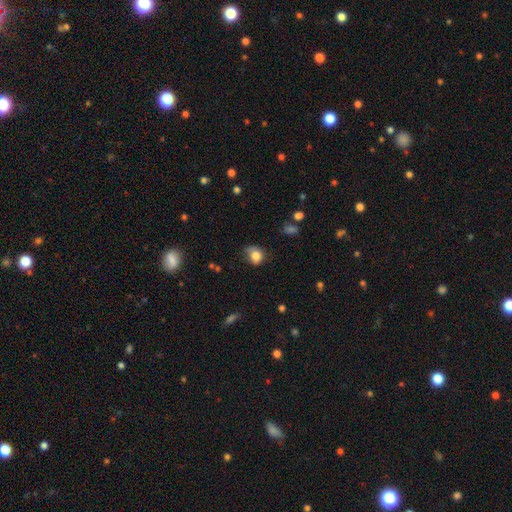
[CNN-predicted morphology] This is likely a smooth galaxy (80%). How rounded: possibly round (55%). Merging: possibly none (52%).